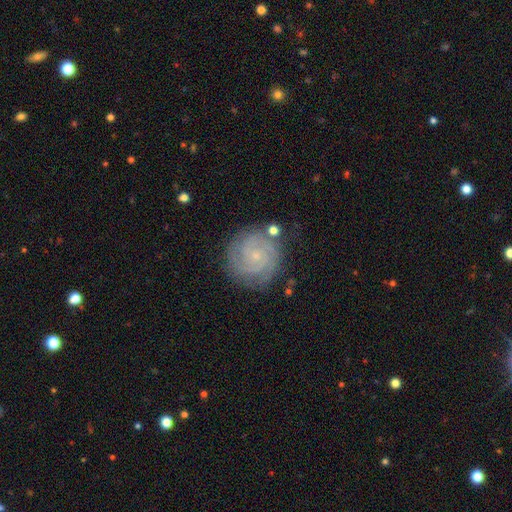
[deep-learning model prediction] The model was most divided on "spiral arm count": 2: 40%, 3: 29%, can't tell: 12%, 4: 9%, more than 4: 5%, 1: 5%. More confident: edge-on disk — no (98%); spiral arms — yes (98%); smooth or featured — featured or disk (86%); bulge size — small (83%); merging — none (81%); spiral winding — tight (79%); bar — no (74%).